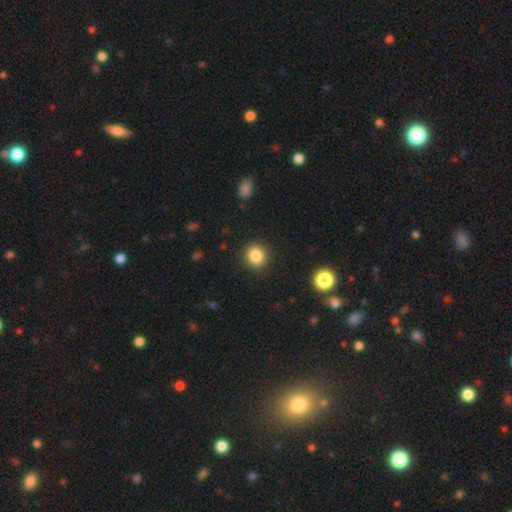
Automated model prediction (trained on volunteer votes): This is clearly a smooth galaxy (85%). How rounded: clearly round (87%). Merging: clearly none (90%).